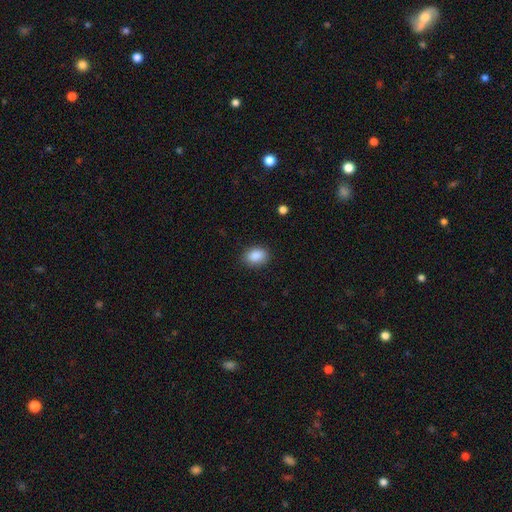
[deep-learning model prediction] Overall: smooth (88%). How rounded: in between (73%). Merging: none (86%).